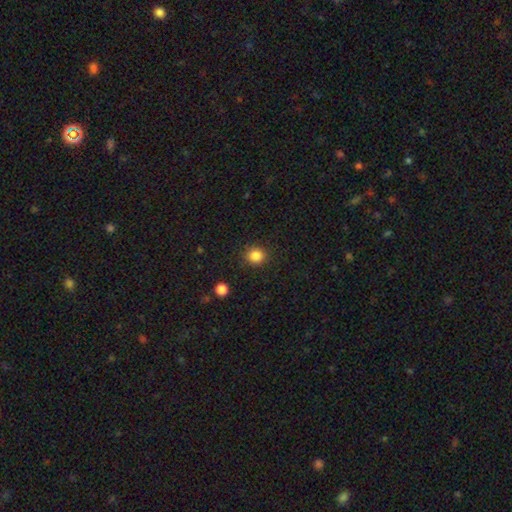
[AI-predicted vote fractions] Overall: smooth (85%). How rounded: round (88%). Merging: none (90%).